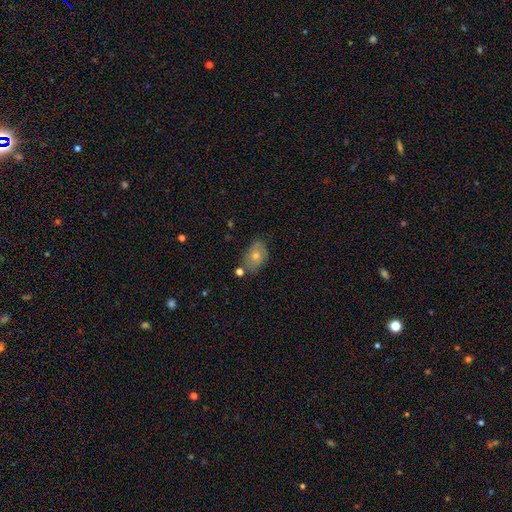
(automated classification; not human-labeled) Overall: smooth (49%; featured or disk 37%). Merging: none (72%).